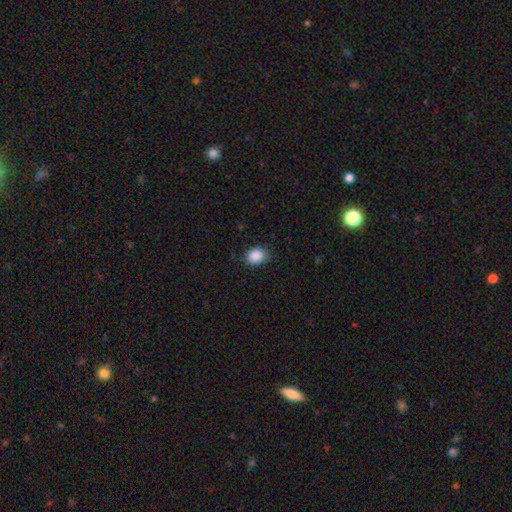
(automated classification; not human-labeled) A smooth galaxy with no disk features (89%) that is in between round and cigar-shaped (52%).

Vote fractions:
- Smooth or featured? smooth: 89% / star or artifact: 8% / featured or disk: 3%
- How rounded? in between: 52% / round: 47% / cigar-shaped: 1%
- Merging? none: 83% / minor disturbance: 14% / major disturbance: 3% / merger: 1%